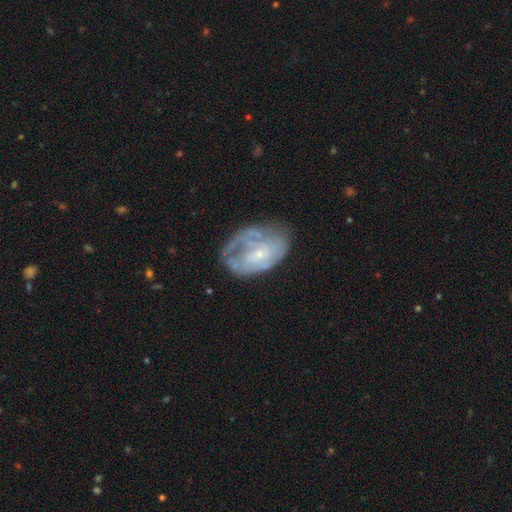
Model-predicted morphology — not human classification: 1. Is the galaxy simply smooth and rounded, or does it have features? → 63% featured or disk, 27% smooth, 9% star or artifact.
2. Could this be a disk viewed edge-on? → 96% no, 4% yes.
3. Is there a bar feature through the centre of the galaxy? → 64% no, 30% weak, 7% strong.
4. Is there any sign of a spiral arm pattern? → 62% yes, 38% no.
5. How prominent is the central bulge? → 66% small, 22% moderate, 9% none, 2% large, 1% dominant.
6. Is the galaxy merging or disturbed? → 51% none, 26% minor disturbance, 20% major disturbance, 3% merger.